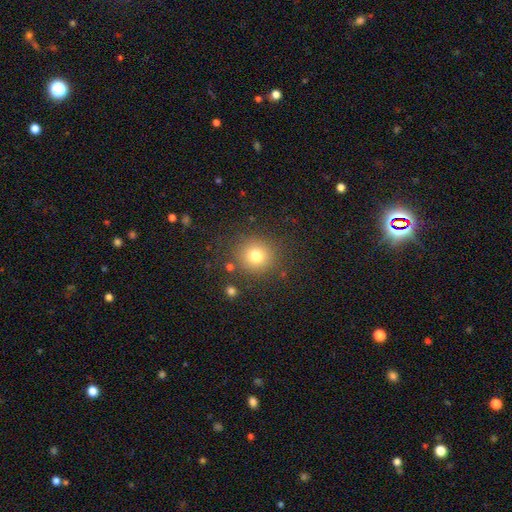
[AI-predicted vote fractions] smooth_or_featured: smooth (p=0.78) [alt: star or artifact p=0.14]
how_rounded: round (p=0.89) [alt: in between p=0.10]
merging: none (p=0.85) [alt: minor disturbance p=0.09]